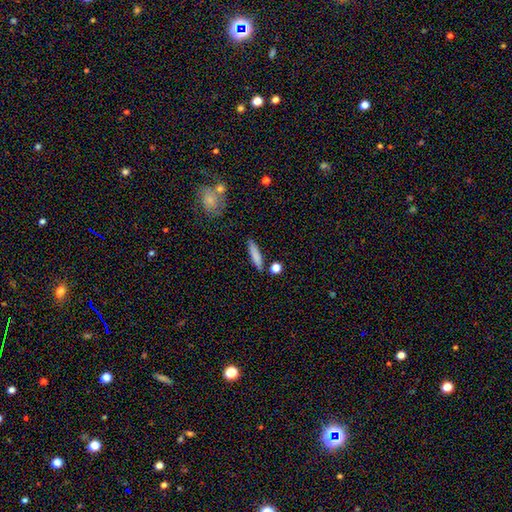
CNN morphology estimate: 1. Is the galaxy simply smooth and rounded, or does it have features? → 80% smooth, 13% featured or disk, 7% star or artifact.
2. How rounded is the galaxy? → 82% cigar-shaped, 16% in between, 3% round.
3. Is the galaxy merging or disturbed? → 80% none, 11% minor disturbance, 6% merger, 3% major disturbance.